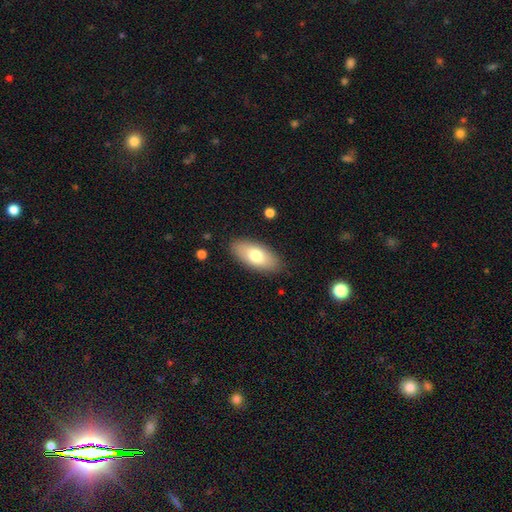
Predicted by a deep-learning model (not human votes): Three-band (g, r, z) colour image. It shows a smooth galaxy with no disk features (74%) that is in between round and cigar-shaped (88%). Merging: none (87%).